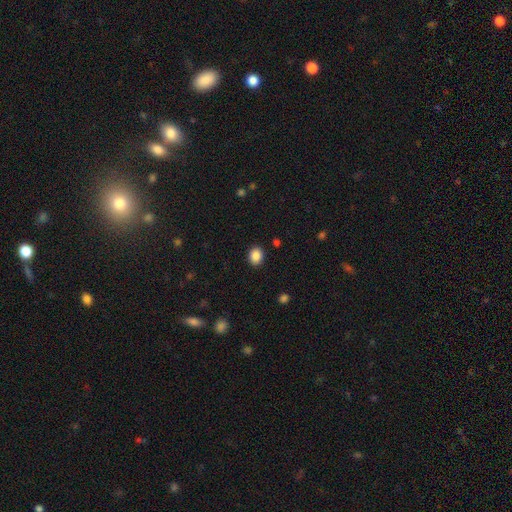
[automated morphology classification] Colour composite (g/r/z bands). It shows a smooth galaxy with no disk features (88%) that is round (54%). Merging: none (90%).